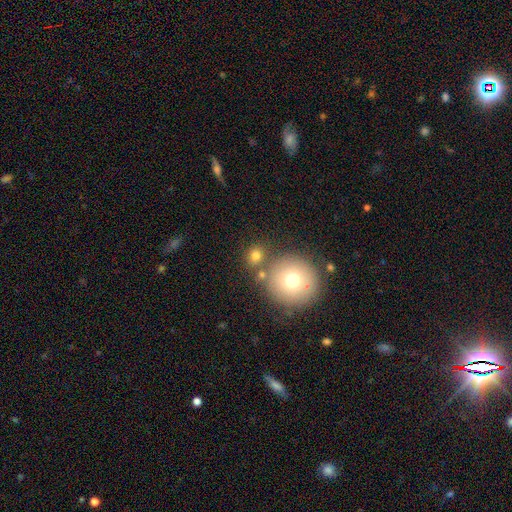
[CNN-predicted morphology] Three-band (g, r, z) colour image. It shows a smooth galaxy with no disk features (75%) that is round (79%). Merging: none (68%).